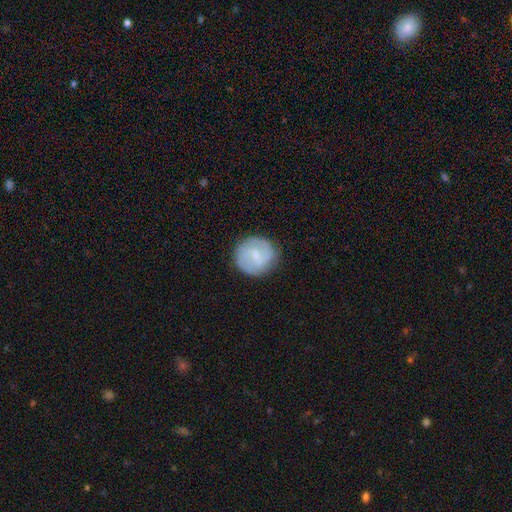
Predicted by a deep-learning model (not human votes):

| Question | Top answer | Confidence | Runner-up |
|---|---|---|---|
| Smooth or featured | featured or disk | 59% | smooth (35%) |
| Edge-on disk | no | 98% | yes (2%) |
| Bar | weak | 61% | no (26%) |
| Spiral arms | yes | 89% | no (11%) |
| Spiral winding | medium | 45% | tight (35%) |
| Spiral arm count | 2 | 66% | can't tell (17%) |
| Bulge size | small | 59% | moderate (24%) |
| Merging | none | 83% | minor disturbance (12%) |